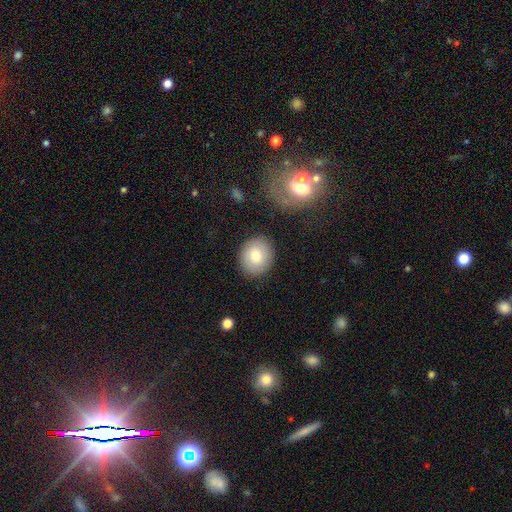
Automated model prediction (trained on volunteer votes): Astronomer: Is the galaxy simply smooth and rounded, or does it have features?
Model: smooth — 78%.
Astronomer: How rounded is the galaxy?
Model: round — 74%.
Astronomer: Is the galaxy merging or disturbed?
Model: none — 87%.